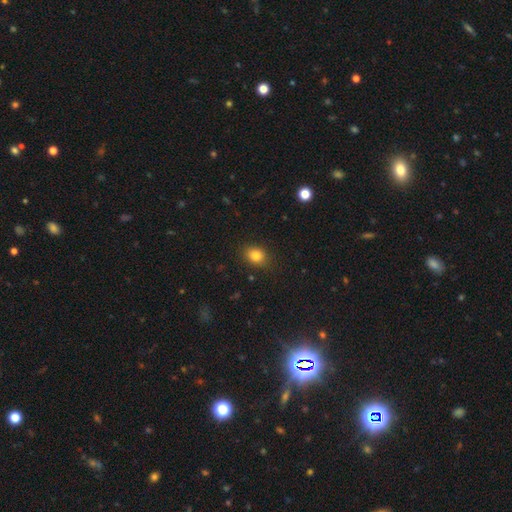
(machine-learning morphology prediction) Smooth or featured? Predicted: smooth (p=0.83). How rounded? Predicted: in between (p=0.51). Merging? Predicted: none (p=0.86).